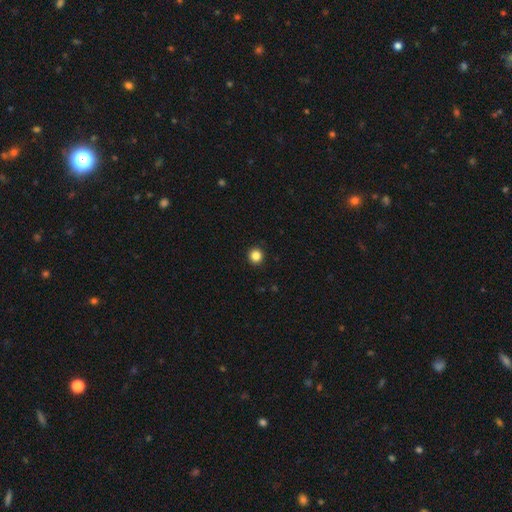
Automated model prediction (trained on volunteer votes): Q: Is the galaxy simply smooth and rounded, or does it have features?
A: smooth — 85%.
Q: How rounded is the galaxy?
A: round — 95%.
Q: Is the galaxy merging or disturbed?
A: none — 94%.